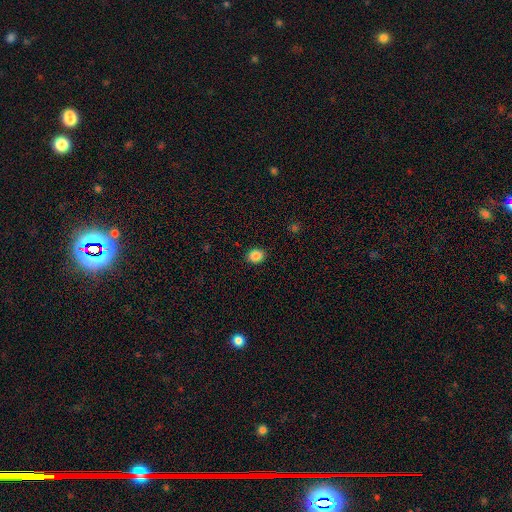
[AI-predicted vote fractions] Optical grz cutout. It shows a smooth galaxy with no disk features (87%) that is round (57%). Merging: none (90%).